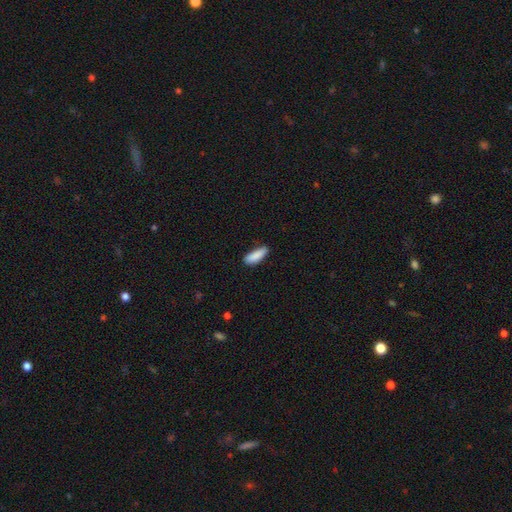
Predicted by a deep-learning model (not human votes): This is clearly a smooth galaxy (88%). How rounded: possibly in between (58%). Merging: likely none (71%).